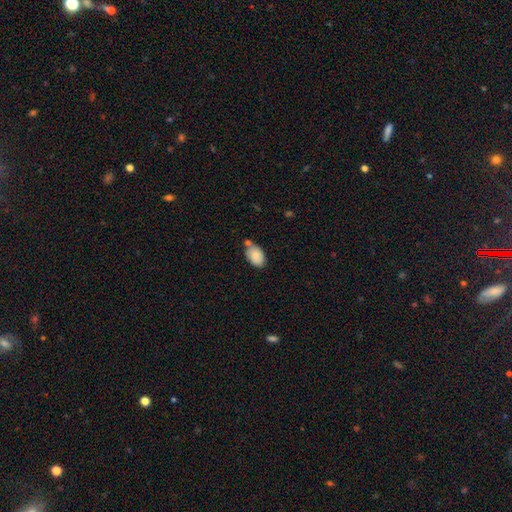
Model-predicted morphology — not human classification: type=smooth (84%); roundness=in between (88%); merging=none (57%).